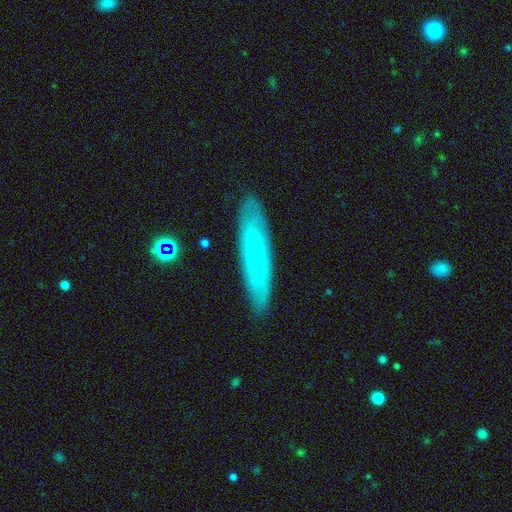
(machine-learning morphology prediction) The model was most divided on "smooth or featured": smooth: 57%, featured or disk: 35%, star or artifact: 8%. More confident: merging — none (87%); how rounded — cigar-shaped (81%).